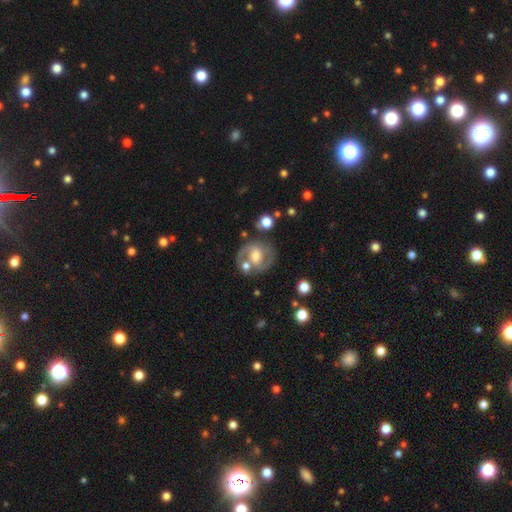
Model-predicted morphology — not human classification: Q: Smooth or featured?
A: featured or disk (74%); runner-up: smooth (19%)
Q: Edge-on disk?
A: no (97%); runner-up: yes (3%)
Q: Bar?
A: weak (44%); runner-up: no (33%)
Q: Spiral arms?
A: yes (84%); runner-up: no (16%)
Q: Spiral winding?
A: medium (52%); runner-up: tight (32%)
Q: Spiral arm count?
A: 2 (83%); runner-up: can't tell (7%)
Q: Bulge size?
A: moderate (64%); runner-up: small (19%)
Q: Merging?
A: none (64%); runner-up: minor disturbance (15%)